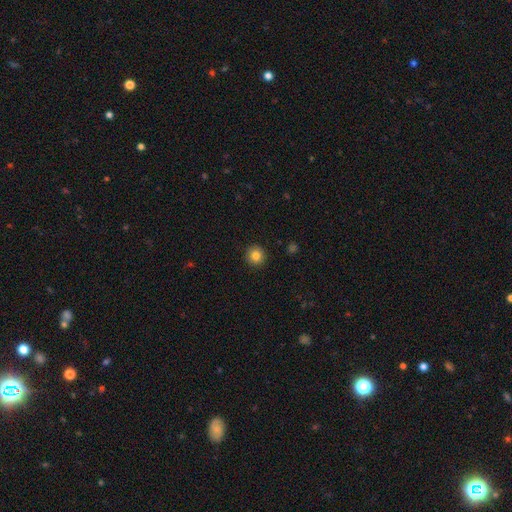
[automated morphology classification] This appears to be a smooth galaxy with no disk features (83%) that is round (95%). Merging: none (92%).